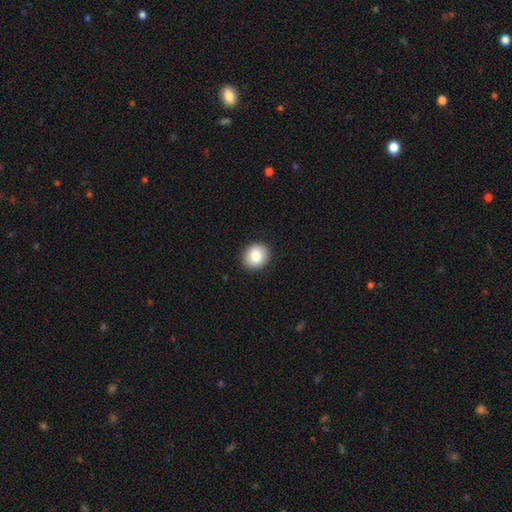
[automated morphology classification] smooth 84%, star or artifact 8%, featured or disk 8%. Down the decision tree: how rounded — round (70%); merging — none (91%).